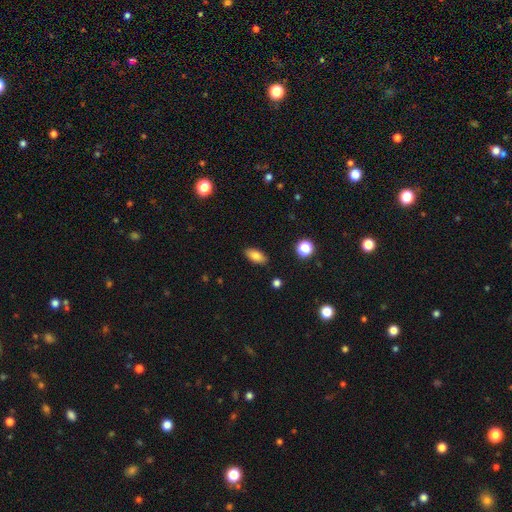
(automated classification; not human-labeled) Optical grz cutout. It shows a smooth galaxy with no disk features (83%) that is in between round and cigar-shaped (88%). Merging: none (88%).